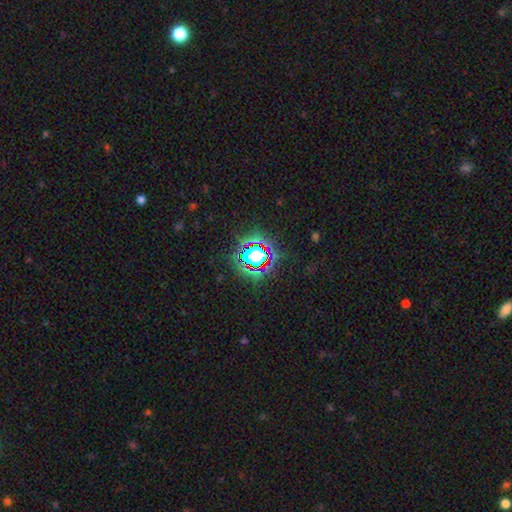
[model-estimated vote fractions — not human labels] A star or artifact, not a galaxy (73%).